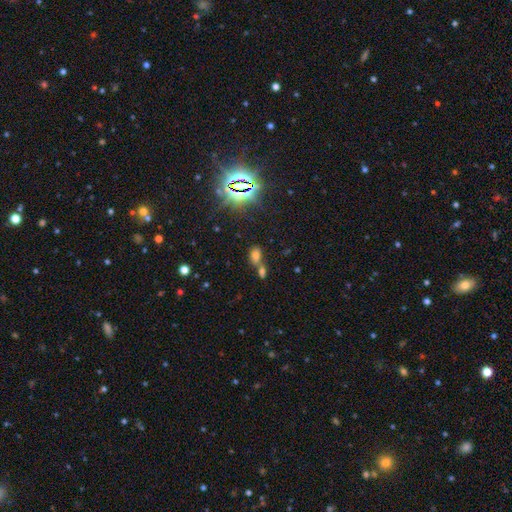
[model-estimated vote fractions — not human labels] Q: Smooth or featured?
A: smooth (59%); runner-up: star or artifact (28%)
Q: How rounded?
A: in between (81%); runner-up: round (15%)
Q: Merging?
A: merger (51%); runner-up: none (37%)